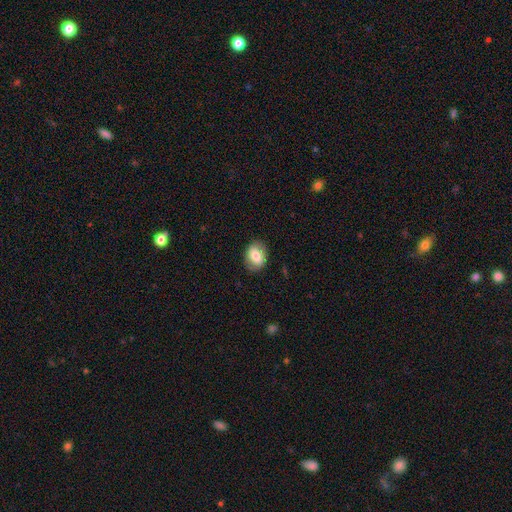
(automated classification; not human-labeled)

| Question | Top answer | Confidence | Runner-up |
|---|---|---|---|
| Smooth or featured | smooth | 72% | featured or disk (20%) |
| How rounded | in between | 70% | round (29%) |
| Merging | none | 83% | minor disturbance (12%) |